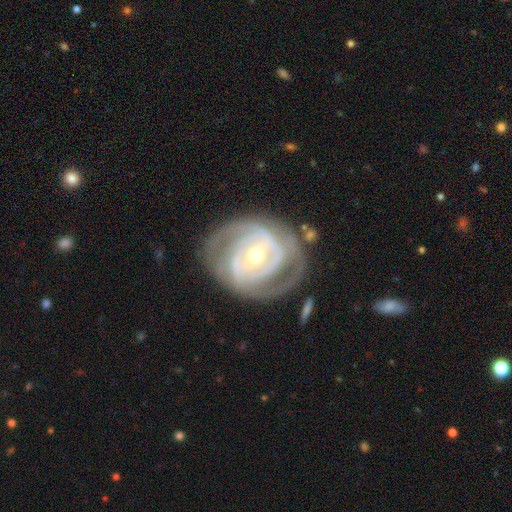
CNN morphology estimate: A featured or disk galaxy (87%) with a weak bar (40%), 2 (39%) tight (65%) spiral arms (92%) and a small central bulge (55%). Merging: none (70%).